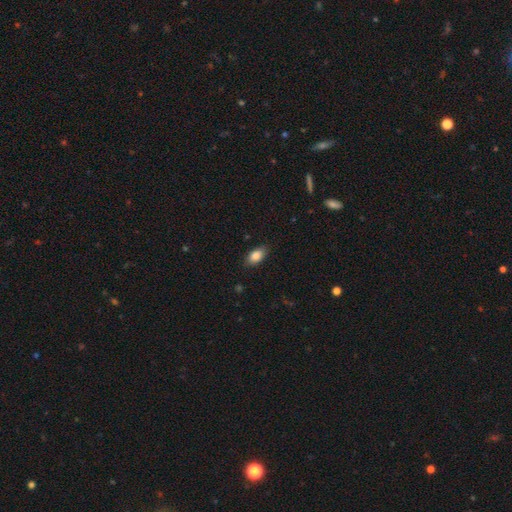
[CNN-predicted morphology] Smooth or featured? smooth (85%)
How rounded? in between (89%)
Merging? none (84%)